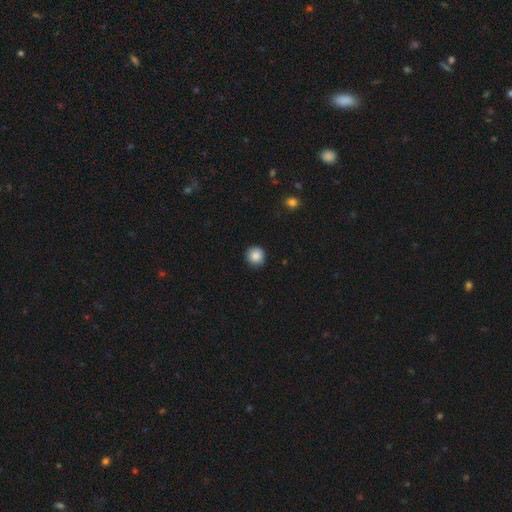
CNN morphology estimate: Smooth or featured?
  - smooth: 87% *
  - star or artifact: 9%
  - featured or disk: 4%
How rounded?
  - round: 95% *
  - in between: 4%
  - cigar-shaped: 1%
Merging?
  - none: 89% *
  - minor disturbance: 8%
  - major disturbance: 2%
  - merger: 1%